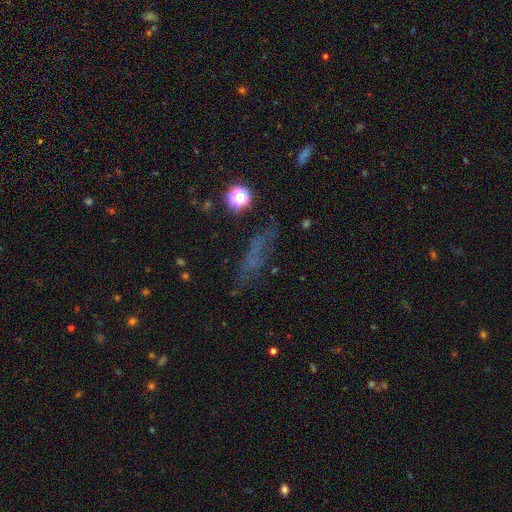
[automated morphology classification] Smooth or featured? smooth (42%)
Merging? none (64%)